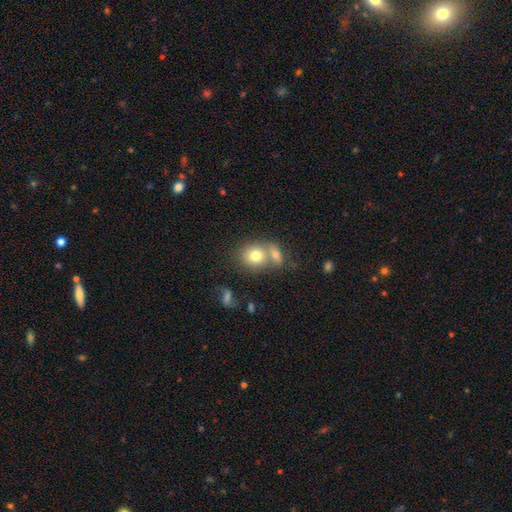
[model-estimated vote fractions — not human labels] The model was most divided on "merging": merger: 47%, none: 40%, minor disturbance: 9%, major disturbance: 4%. More confident: smooth or featured — smooth (75%); how rounded — round (67%).